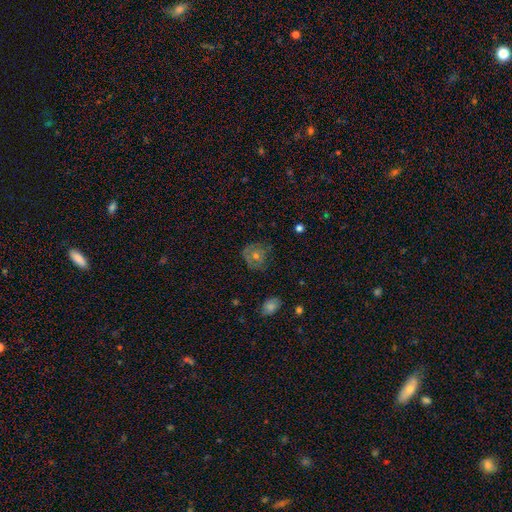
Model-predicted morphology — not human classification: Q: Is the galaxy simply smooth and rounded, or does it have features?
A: featured or disk — 44%.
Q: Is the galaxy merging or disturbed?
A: none — 72%.